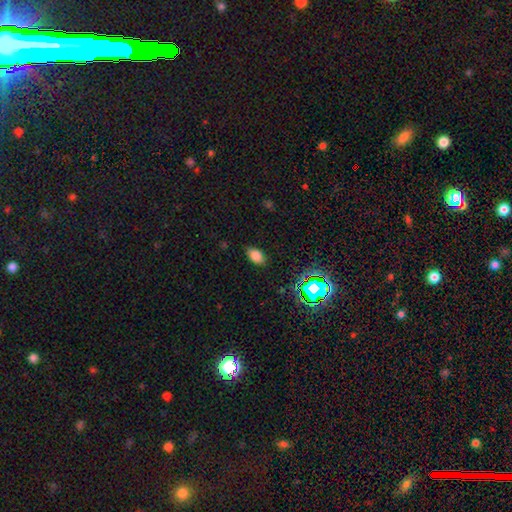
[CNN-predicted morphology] smooth 78%, star or artifact 16%, featured or disk 6%. Down the decision tree: how rounded — in between (89%); merging — none (84%).